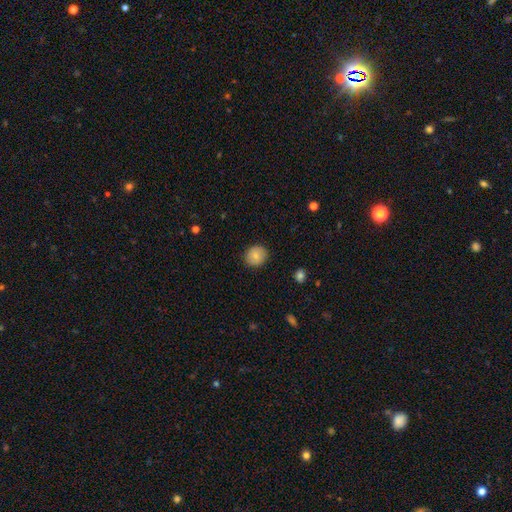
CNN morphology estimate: The model was most divided on "how rounded": round: 77%, in between: 22%, cigar-shaped: 1%. More confident: merging — none (88%); smooth or featured — smooth (80%).